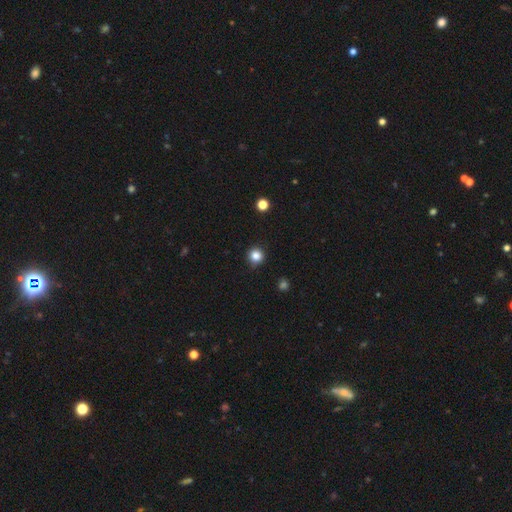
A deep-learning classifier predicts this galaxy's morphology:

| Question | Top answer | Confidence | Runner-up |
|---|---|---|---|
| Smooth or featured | smooth | 84% | star or artifact (12%) |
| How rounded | round | 94% | in between (5%) |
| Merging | none | 90% | minor disturbance (7%) |